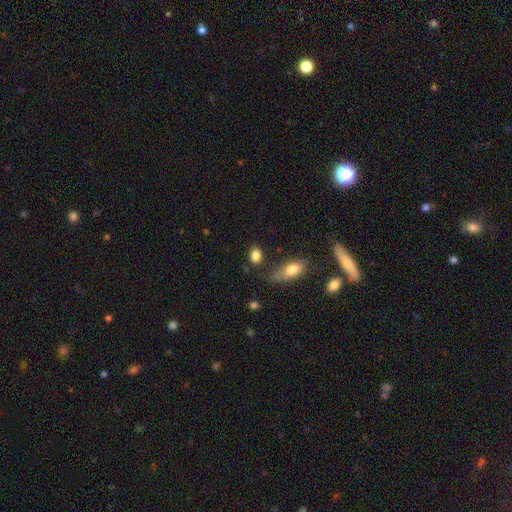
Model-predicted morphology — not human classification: smooth 85%, star or artifact 9%, featured or disk 6%. Down the decision tree: how rounded — in between (70%); merging — none (74%).